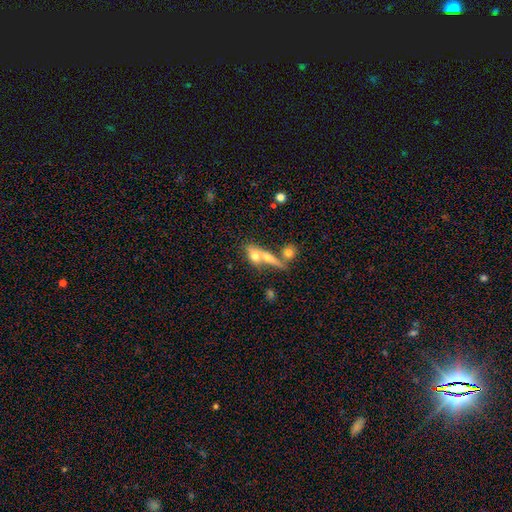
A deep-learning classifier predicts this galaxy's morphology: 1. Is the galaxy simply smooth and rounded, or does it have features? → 65% smooth, 26% featured or disk, 9% star or artifact.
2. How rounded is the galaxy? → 57% in between, 25% cigar-shaped, 18% round.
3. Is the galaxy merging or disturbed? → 57% merger, 28% none, 9% minor disturbance, 7% major disturbance.